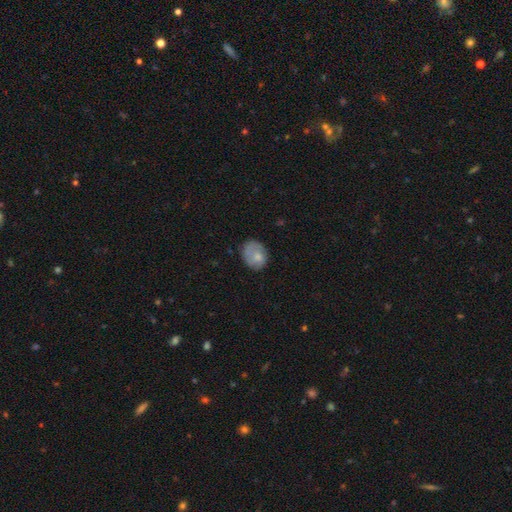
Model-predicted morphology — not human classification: Smooth or featured? Predicted: smooth (p=0.70). How rounded? Predicted: in between (p=0.52). Merging? Predicted: none (p=0.55).